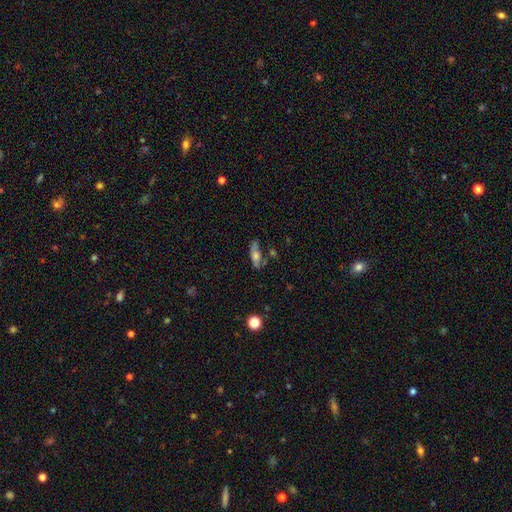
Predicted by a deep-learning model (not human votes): smooth 51%, featured or disk 38%, star or artifact 11%. Down the decision tree: how rounded — in between (67%); merging — none (50%).